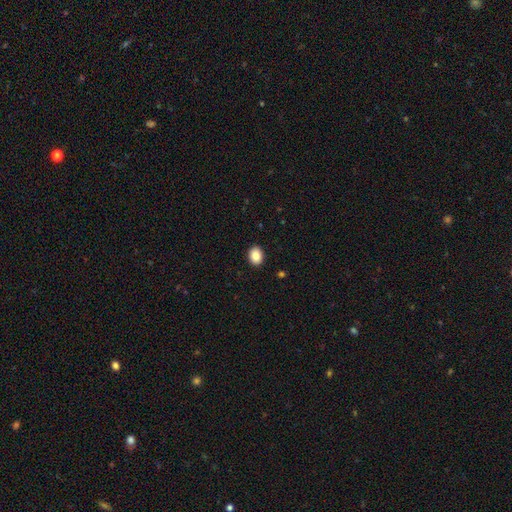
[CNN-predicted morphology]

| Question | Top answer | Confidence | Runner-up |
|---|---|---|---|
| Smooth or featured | smooth | 86% | star or artifact (8%) |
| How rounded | in between | 60% | round (39%) |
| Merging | none | 91% | minor disturbance (6%) |